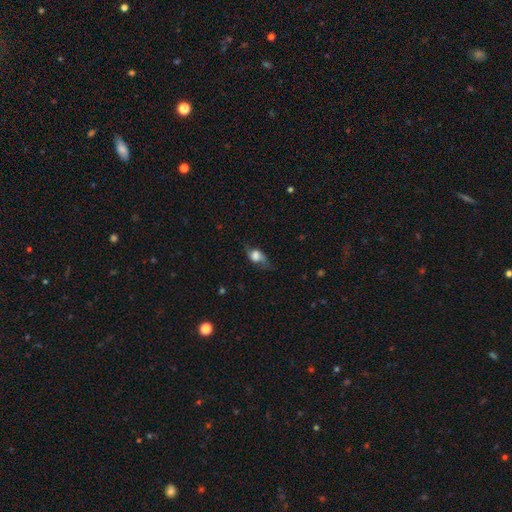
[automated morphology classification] smooth-or-featured: smooth: 65% | featured or disk: 25% | star or artifact: 10%
  how-rounded: in between: 72% | round: 22% | cigar-shaped: 6%
  merging: none: 50% | minor disturbance: 30% | major disturbance: 18% | merger: 2%